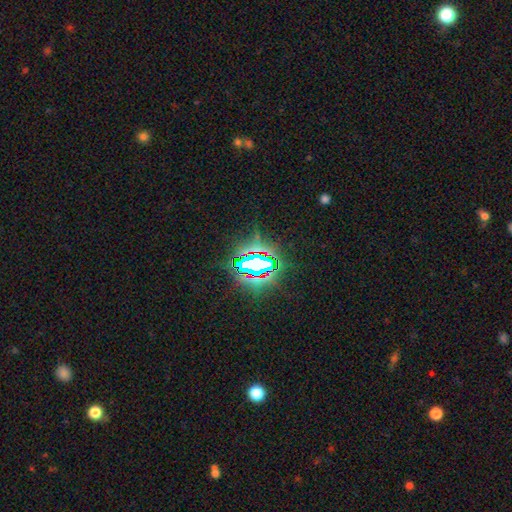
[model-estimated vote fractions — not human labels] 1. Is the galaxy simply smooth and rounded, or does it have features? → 82% star or artifact, 10% smooth, 8% featured or disk.